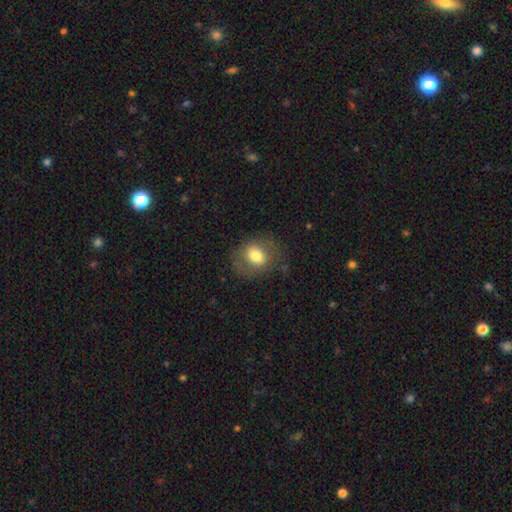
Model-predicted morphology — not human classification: Smooth or featured: smooth — 69% (featured or disk — 22%)
How rounded: round — 53% (in between — 46%)
Merging: none — 70% (minor disturbance — 18%)